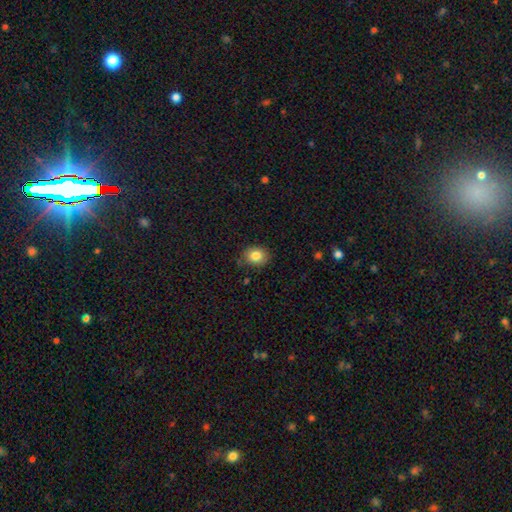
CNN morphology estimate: smooth 83%, star or artifact 10%, featured or disk 7%. Down the decision tree: how rounded — round (57%); merging — none (85%).